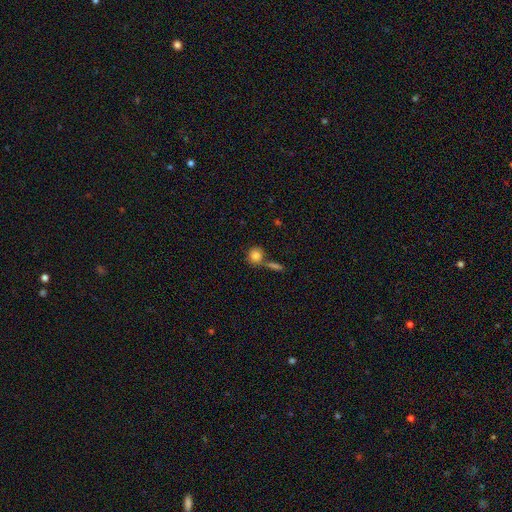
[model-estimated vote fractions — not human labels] smooth_or_featured: smooth (p=0.83) [alt: star or artifact p=0.09]
how_rounded: round (p=0.85) [alt: in between p=0.13]
merging: none (p=0.59) [alt: merger p=0.27]